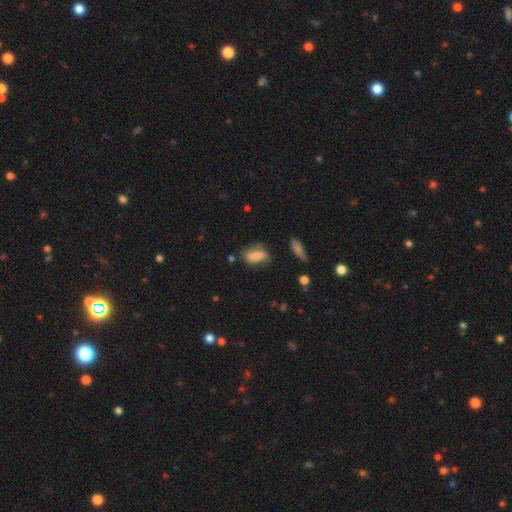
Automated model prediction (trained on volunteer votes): smooth 72%, featured or disk 18%, star or artifact 9%. Down the decision tree: how rounded — in between (85%); merging — none (48%).